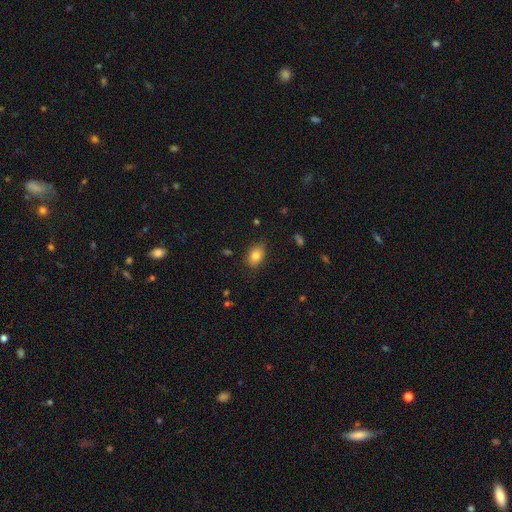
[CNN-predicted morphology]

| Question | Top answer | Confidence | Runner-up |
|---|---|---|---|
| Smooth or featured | smooth | 82% | star or artifact (9%) |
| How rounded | in between | 83% | round (15%) |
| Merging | none | 84% | minor disturbance (12%) |